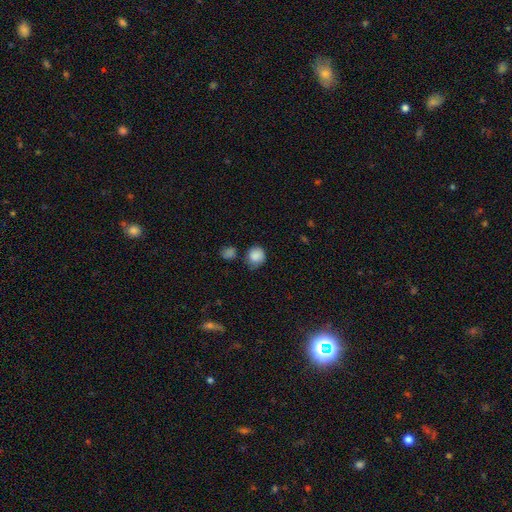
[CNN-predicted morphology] Smooth or featured? Predicted: smooth (p=0.84). How rounded? Predicted: round (p=0.82). Merging? Predicted: none (p=0.56).